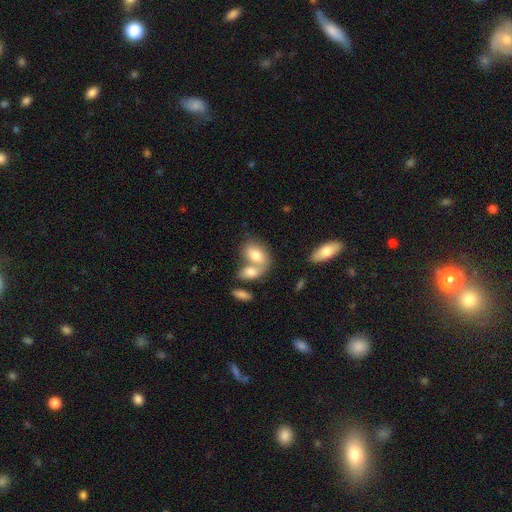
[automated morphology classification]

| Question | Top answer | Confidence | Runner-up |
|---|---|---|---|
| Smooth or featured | smooth | 74% | featured or disk (19%) |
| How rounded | in between | 86% | round (12%) |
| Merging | merger | 60% | none (27%) |